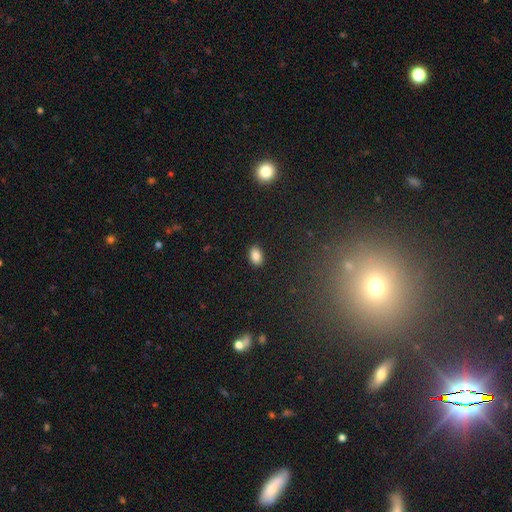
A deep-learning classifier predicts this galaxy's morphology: This is clearly a smooth galaxy (86%). How rounded: clearly in between (88%). Merging: clearly none (88%).